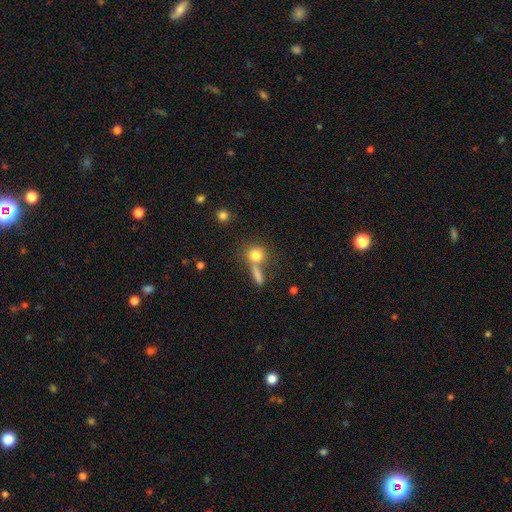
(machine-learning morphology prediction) A smooth galaxy with no disk features (78%) that is round (77%). Merging: none (53%).